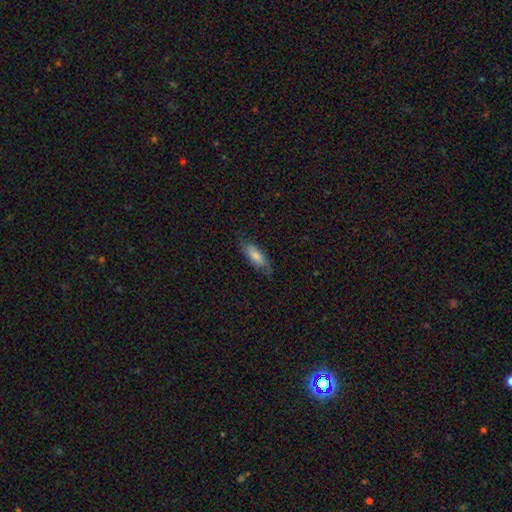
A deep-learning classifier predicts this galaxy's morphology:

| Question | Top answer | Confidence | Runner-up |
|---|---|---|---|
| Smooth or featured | smooth | 70% | featured or disk (24%) |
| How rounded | in between | 70% | cigar-shaped (28%) |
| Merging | none | 73% | minor disturbance (20%) |